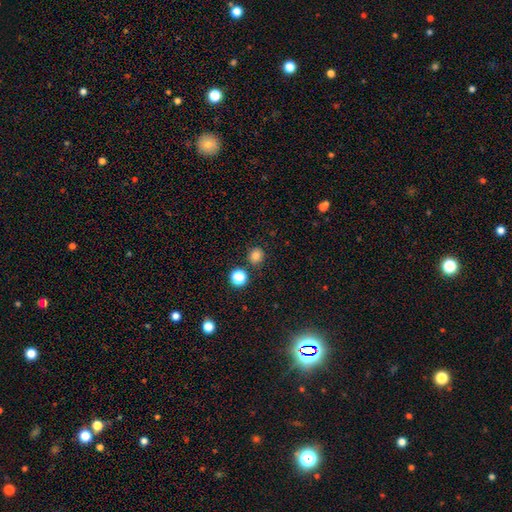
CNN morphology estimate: smooth_or_featured: smooth (p=0.81) [alt: star or artifact p=0.15]
how_rounded: round (p=0.84) [alt: in between p=0.15]
merging: none (p=0.84) [alt: minor disturbance p=0.09]